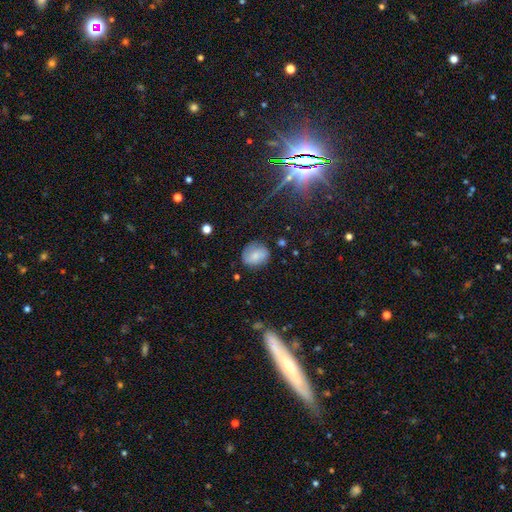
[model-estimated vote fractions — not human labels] Smooth or featured?
  - smooth: 73% *
  - featured or disk: 17%
  - star or artifact: 9%
How rounded?
  - round: 62% *
  - in between: 37%
  - cigar-shaped: 1%
Merging?
  - none: 75% *
  - minor disturbance: 19%
  - major disturbance: 5%
  - merger: 2%